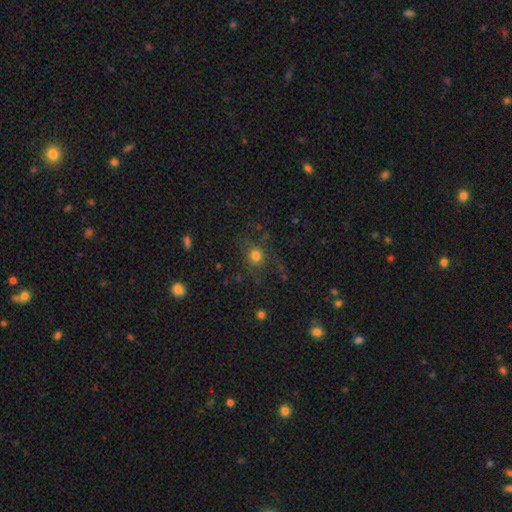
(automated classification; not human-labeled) Morphology: type=smooth (66%); roundness=round (80%); merging=none (69%).